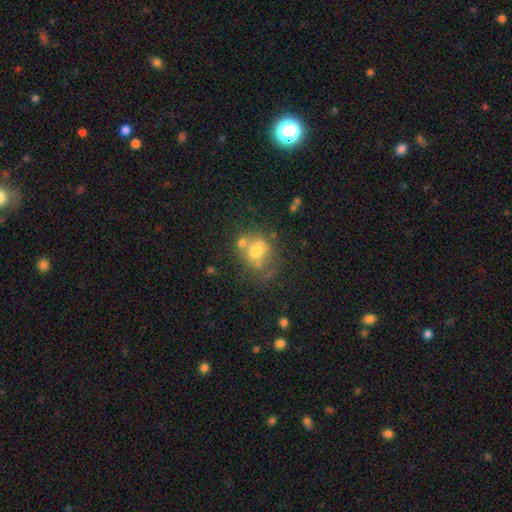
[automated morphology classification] type=smooth (55%); roundness=round (60%); merging=none (37%).